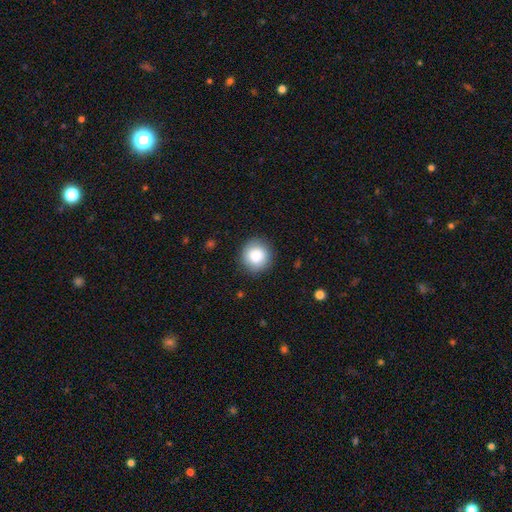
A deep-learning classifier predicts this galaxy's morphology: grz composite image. It shows a smooth galaxy with no disk features (85%) that is round (92%). Merging: none (89%).